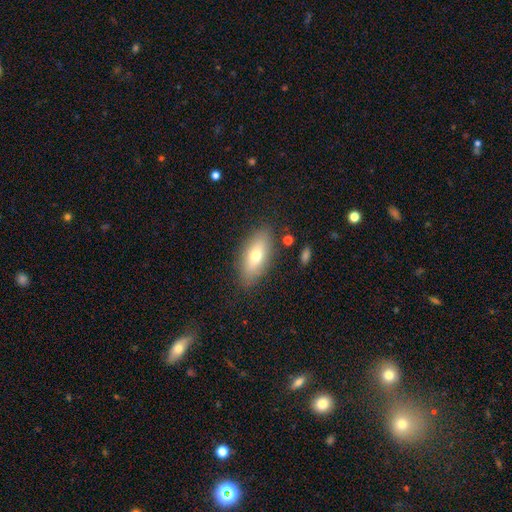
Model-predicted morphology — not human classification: This is likely a smooth galaxy (65%). How rounded: likely in between (79%). Merging: clearly none (84%).